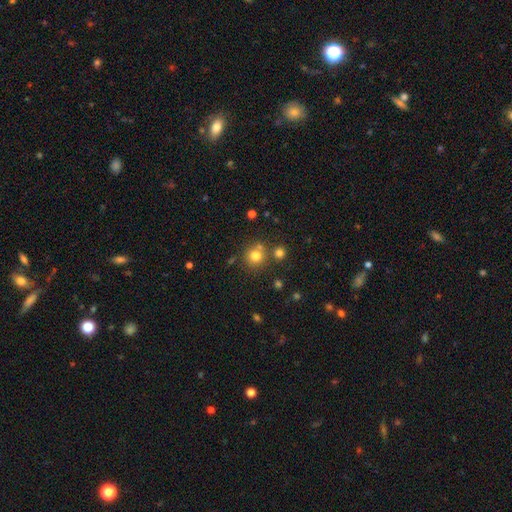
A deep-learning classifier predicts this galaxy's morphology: smooth_or_featured: smooth (p=0.76) [alt: star or artifact p=0.15]
how_rounded: round (p=0.90) [alt: in between p=0.09]
merging: none (p=0.71) [alt: merger p=0.17]